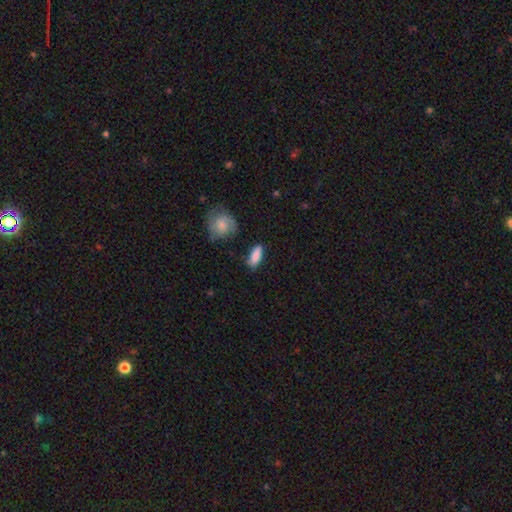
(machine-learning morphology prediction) smooth_or_featured: smooth (p=0.83) [alt: featured or disk p=0.11]
how_rounded: in between (p=0.64) [alt: cigar-shaped p=0.33]
merging: none (p=0.76) [alt: minor disturbance p=0.17]